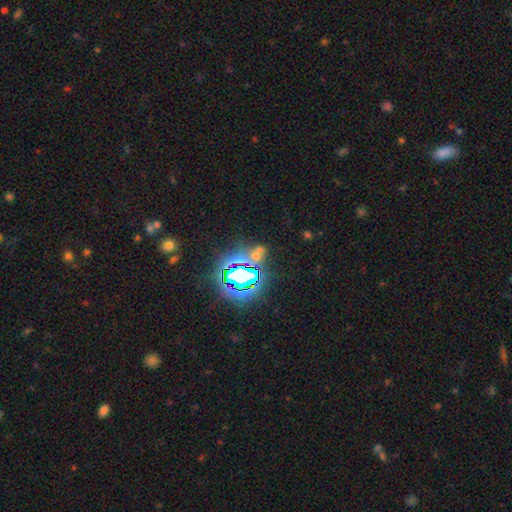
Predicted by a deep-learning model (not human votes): smooth_or_featured: star or artifact (p=0.65) [alt: smooth p=0.25]